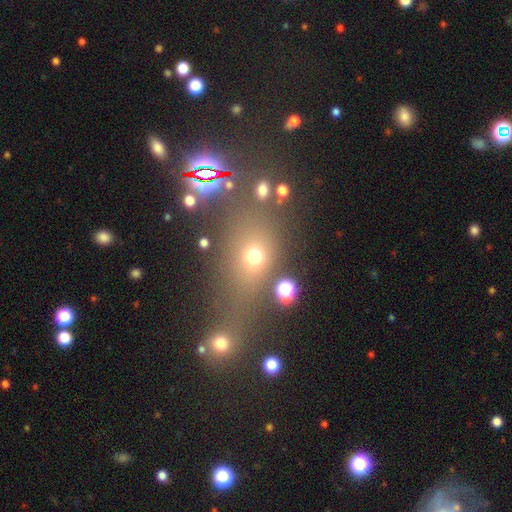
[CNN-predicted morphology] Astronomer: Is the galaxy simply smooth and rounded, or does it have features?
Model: smooth — 62%.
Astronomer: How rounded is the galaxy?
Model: round — 49% (runner-up: in between, 47%).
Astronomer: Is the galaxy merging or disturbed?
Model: none — 55%.